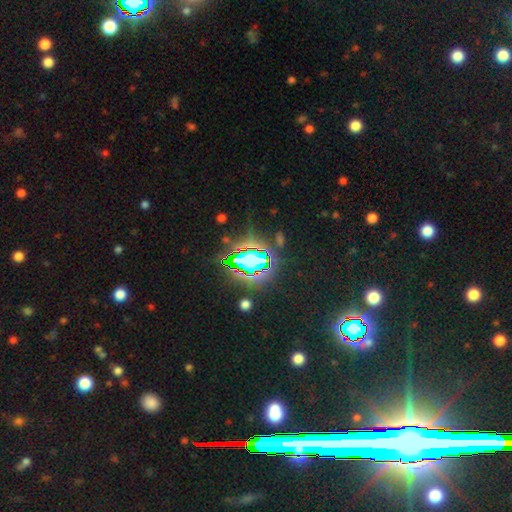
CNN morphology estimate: This is clearly a star or artifact rather than a galaxy (82%).